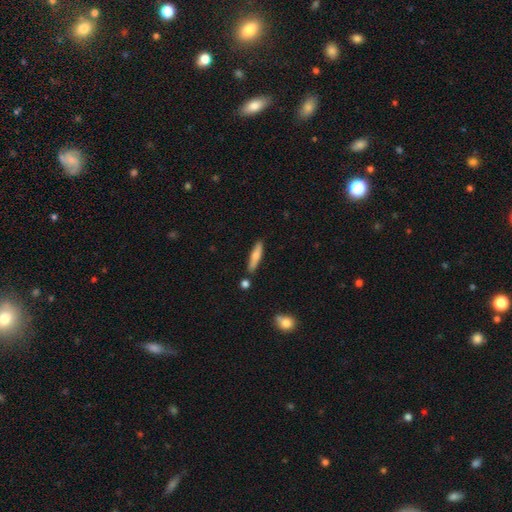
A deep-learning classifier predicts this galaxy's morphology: The model was most divided on "smooth or featured": smooth: 69%, featured or disk: 24%, star or artifact: 6%. More confident: how rounded — cigar-shaped (83%); merging — none (82%).